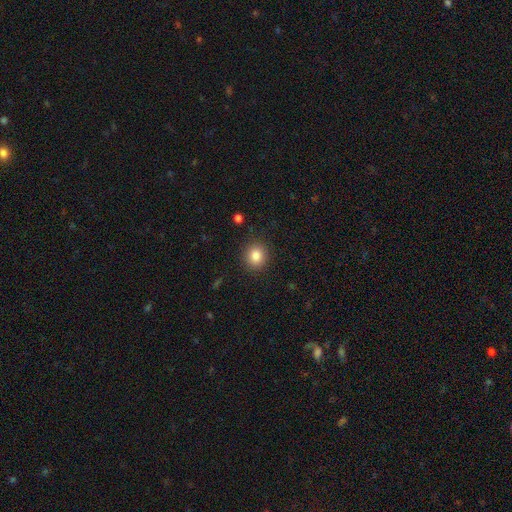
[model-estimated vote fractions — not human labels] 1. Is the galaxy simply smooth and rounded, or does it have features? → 84% smooth, 10% star or artifact, 6% featured or disk.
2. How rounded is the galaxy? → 84% round, 15% in between, 1% cigar-shaped.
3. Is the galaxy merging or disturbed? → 89% none, 7% minor disturbance, 3% major disturbance, 1% merger.